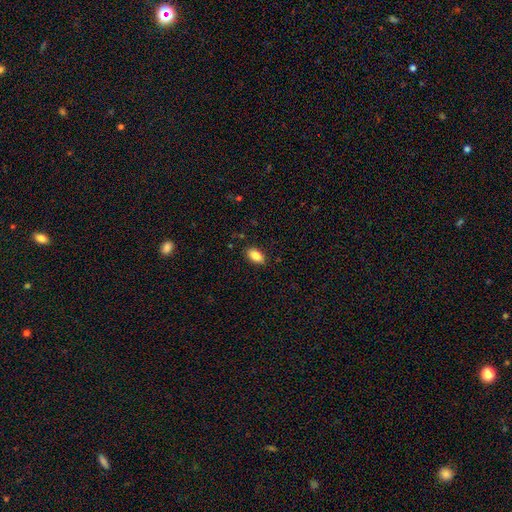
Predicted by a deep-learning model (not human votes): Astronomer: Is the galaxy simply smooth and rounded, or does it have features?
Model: smooth — 85%.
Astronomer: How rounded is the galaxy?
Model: in between — 91%.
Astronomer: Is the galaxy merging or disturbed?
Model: none — 87%.